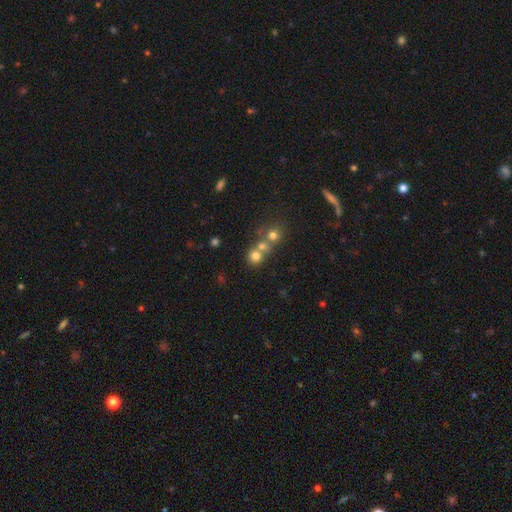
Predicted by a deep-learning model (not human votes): This appears to be a smooth galaxy with no disk features (73%) that is round (86%). Merging: none (47%).